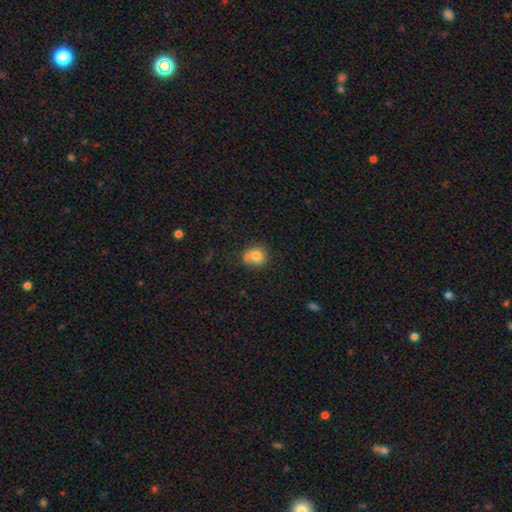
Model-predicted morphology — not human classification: Smooth or featured? Predicted: smooth (p=0.77). How rounded? Predicted: round (p=0.79). Merging? Predicted: none (p=0.55).